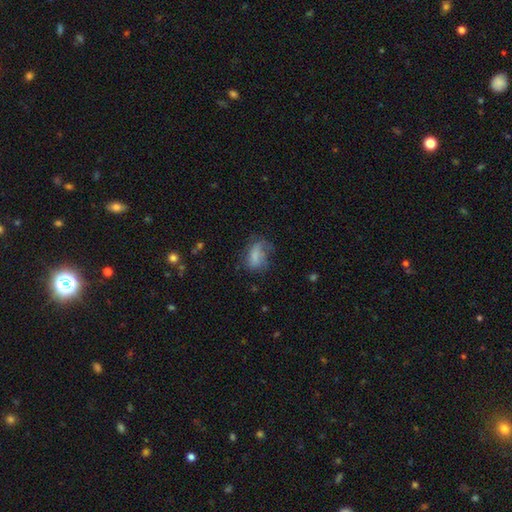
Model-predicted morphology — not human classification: A smooth galaxy with no disk features (66%) that is in between round and cigar-shaped (84%). Merging: none (41%).